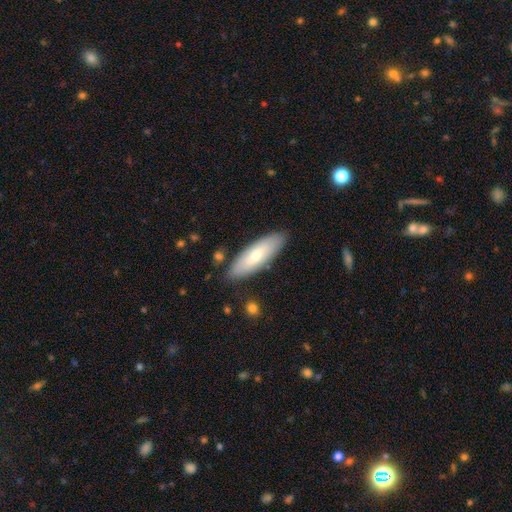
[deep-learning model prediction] A smooth galaxy with no disk features (66%) that is in between round and cigar-shaped (56%). Merging: none (85%).